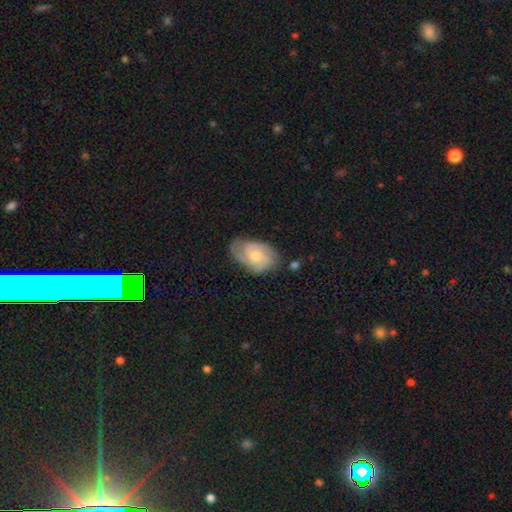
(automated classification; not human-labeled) This is likely a featured or disk galaxy (77%). It is clearly not viewed edge-on (97%). Bar: likely no (61%). Spiral arm pattern: clearly yes (95%). Spiral arm count: marginally 2 (37%). Spiral winding: possibly tight (46%). Central bulge: possibly moderate (55%). Merging: likely none (69%).